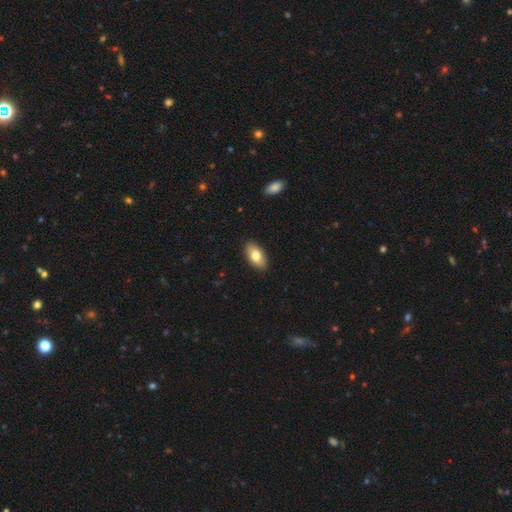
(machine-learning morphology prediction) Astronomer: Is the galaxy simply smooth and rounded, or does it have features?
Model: smooth — 77%.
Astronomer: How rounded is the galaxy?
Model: in between — 93%.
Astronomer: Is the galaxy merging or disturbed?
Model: none — 89%.